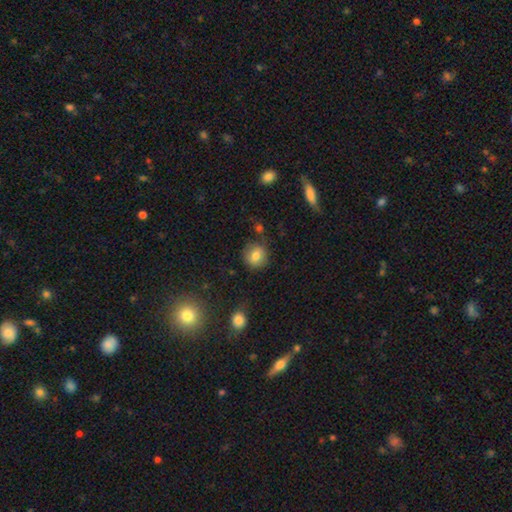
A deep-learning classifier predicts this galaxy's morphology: A smooth galaxy with no disk features (79%) that is round (85%). Merging: none (79%).